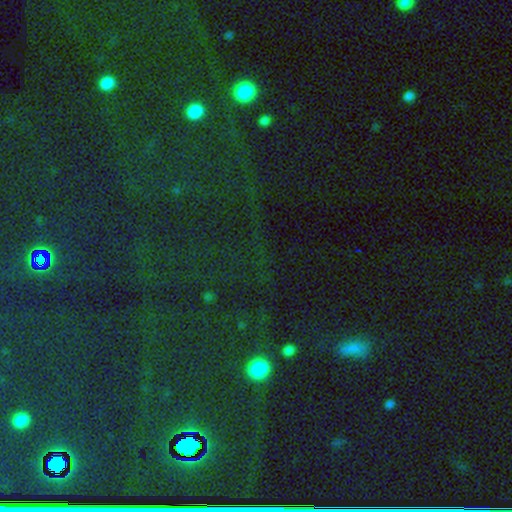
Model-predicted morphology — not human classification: A star or artifact, not a galaxy (73%).

Vote fractions:
- Smooth or featured? star or artifact: 73% / smooth: 17% / featured or disk: 10%